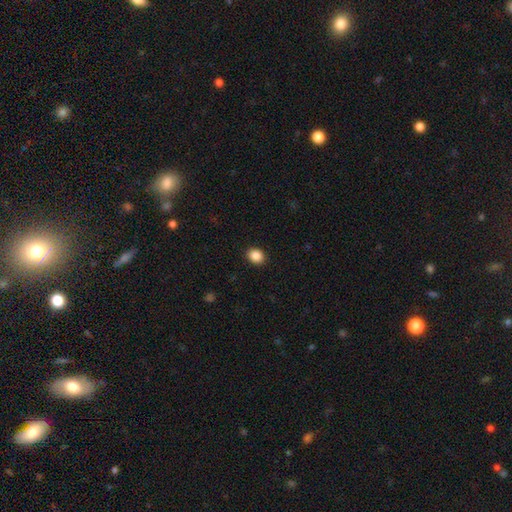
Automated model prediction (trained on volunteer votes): smooth_or_featured: smooth (p=0.88) [alt: star or artifact p=0.09]
how_rounded: round (p=0.57) [alt: in between p=0.42]
merging: none (p=0.91) [alt: minor disturbance p=0.06]